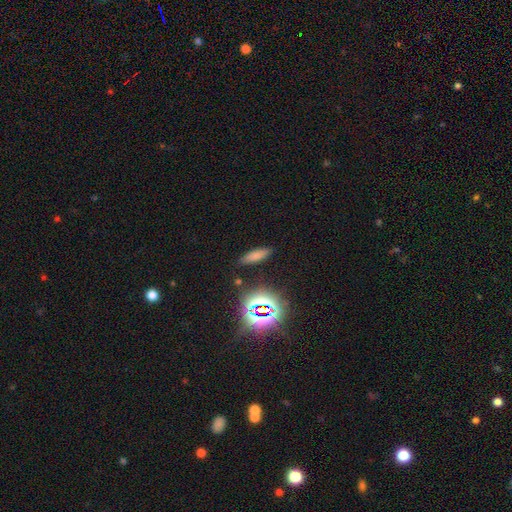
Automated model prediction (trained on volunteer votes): smooth-or-featured: smooth: 70% | star or artifact: 20% | featured or disk: 9%
  how-rounded: cigar-shaped: 50% | in between: 46% | round: 4%
  merging: none: 85% | minor disturbance: 9% | major disturbance: 3% | merger: 2%